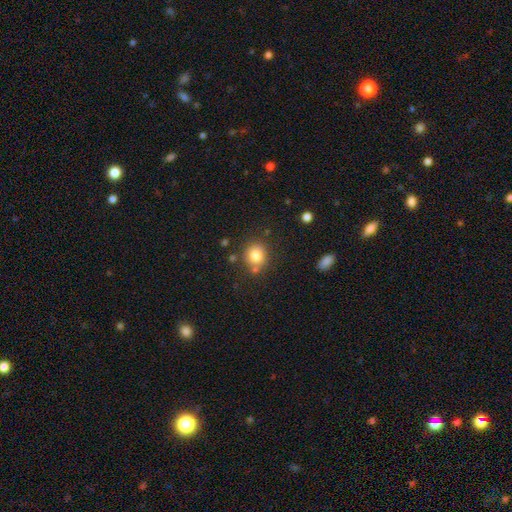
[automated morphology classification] This appears to be a smooth galaxy with no disk features (81%) that is round (82%). Merging: none (76%).